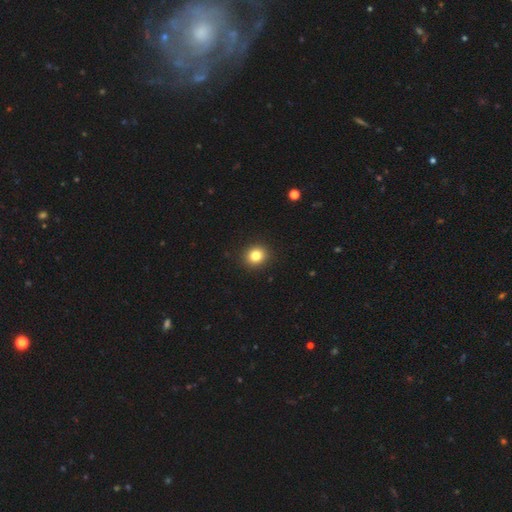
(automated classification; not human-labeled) Overall: smooth (83%). How rounded: round (84%). Merging: none (92%).